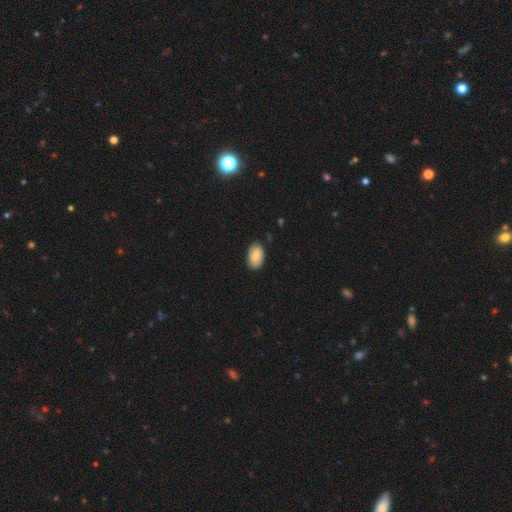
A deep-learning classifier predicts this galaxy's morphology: smooth 71%, featured or disk 22%, star or artifact 7%. Down the decision tree: how rounded — in between (93%); merging — none (82%).